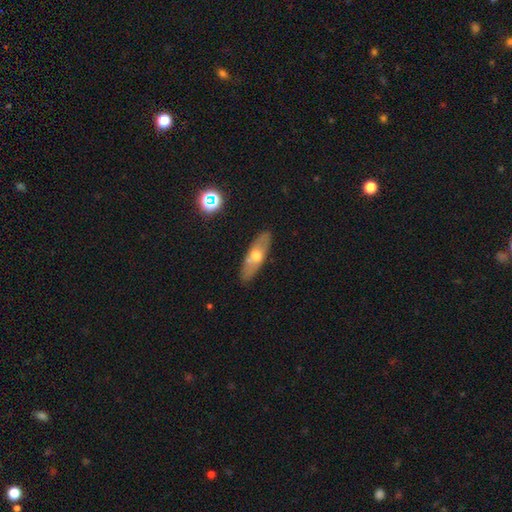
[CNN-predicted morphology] A smooth galaxy with no disk features (49%). Merging: none (81%).